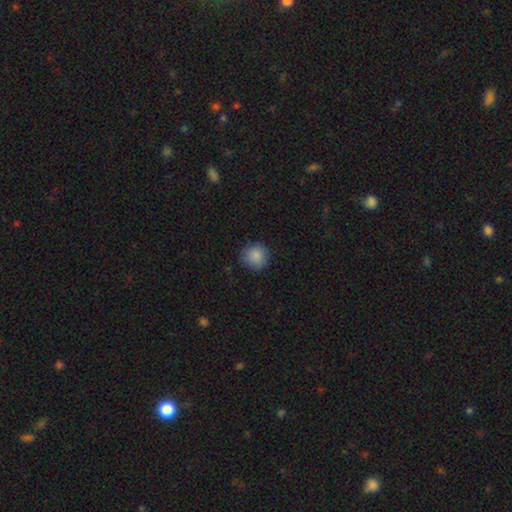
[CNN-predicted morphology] This appears to be a smooth galaxy with no disk features (87%) that is round (92%). Merging: none (85%).